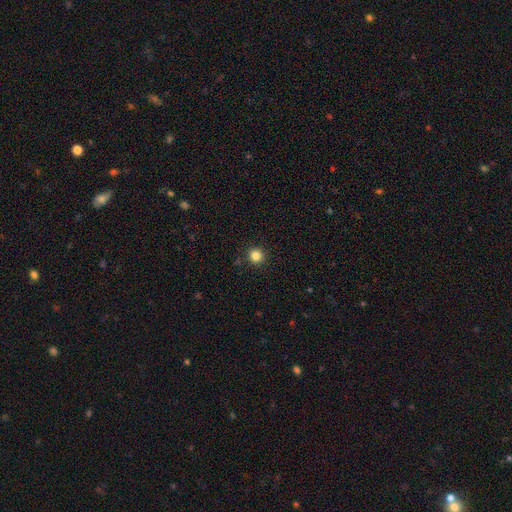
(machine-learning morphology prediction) A smooth galaxy with no disk features (84%) that is round (94%). Merging: none (92%).